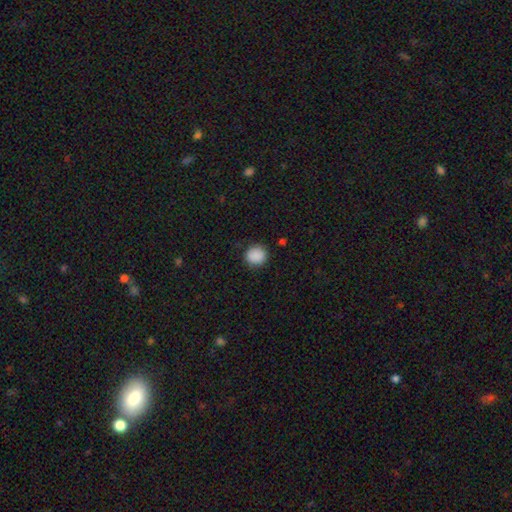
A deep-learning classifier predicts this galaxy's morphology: This is clearly a smooth galaxy (88%). How rounded: clearly round (88%). Merging: clearly none (87%).